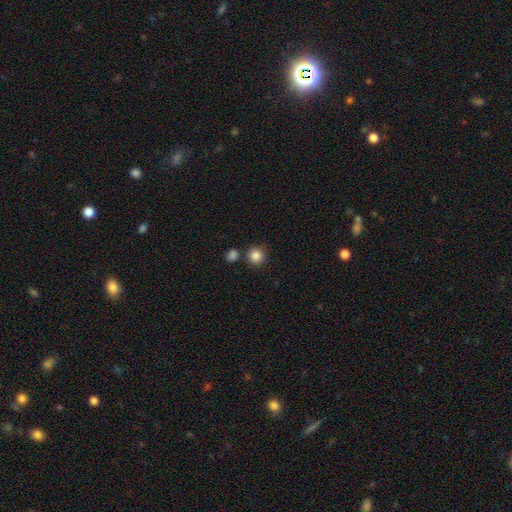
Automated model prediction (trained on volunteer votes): Smooth or featured? smooth (86%)
How rounded? round (93%)
Merging? none (79%)